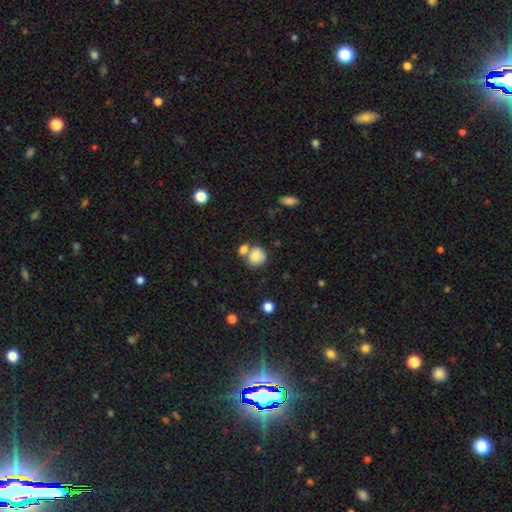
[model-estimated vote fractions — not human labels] Morphology: type=smooth (80%); roundness=round (80%); merging=none (48%).